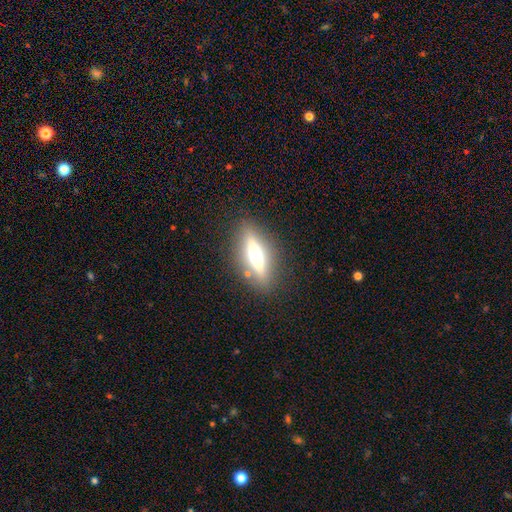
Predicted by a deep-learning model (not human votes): Smooth or featured: featured or disk — 58% (smooth — 33%)
Edge-on disk: yes — 86% (no — 14%)
Edge-on bulge: rounded — 90% (boxy — 6%)
Merging: none — 85% (minor disturbance — 9%)